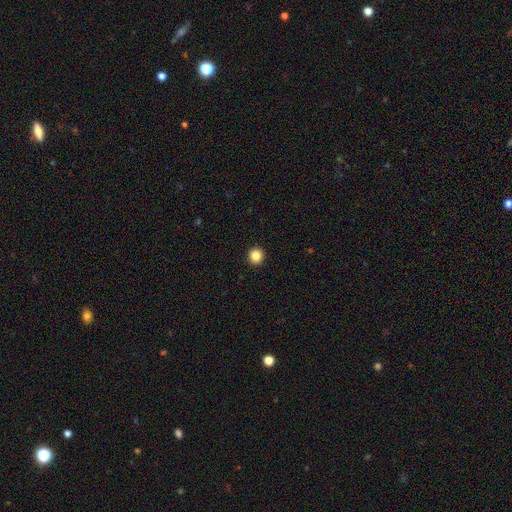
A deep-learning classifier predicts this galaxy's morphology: Q: Smooth or featured?
A: smooth (86%); runner-up: star or artifact (11%)
Q: How rounded?
A: round (96%); runner-up: in between (3%)
Q: Merging?
A: none (94%); runner-up: minor disturbance (4%)